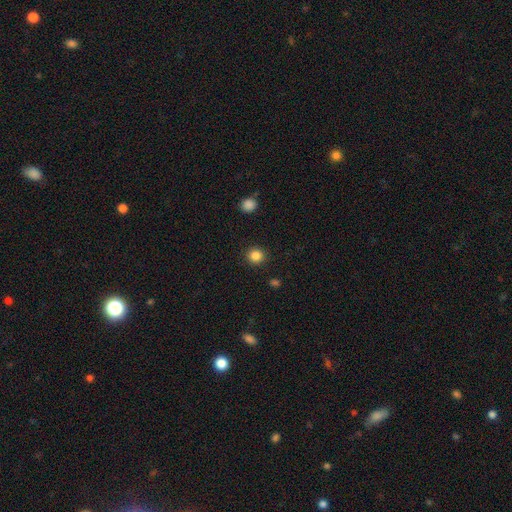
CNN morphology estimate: This is clearly a smooth galaxy (85%). How rounded: clearly round (91%). Merging: clearly none (91%).